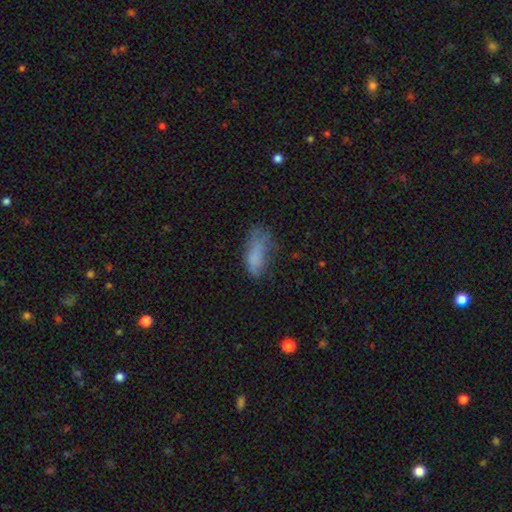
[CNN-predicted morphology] The model was most divided on "merging": none: 40%, minor disturbance: 32%, major disturbance: 24%, merger: 3%. More confident: how rounded — in between (79%); smooth or featured — smooth (74%).